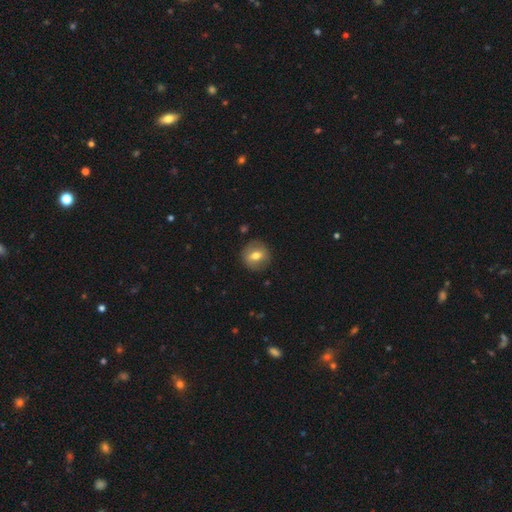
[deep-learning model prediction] Smooth or featured?
  - smooth: 59% *
  - featured or disk: 33%
  - star or artifact: 8%
How rounded?
  - round: 85% *
  - in between: 14%
  - cigar-shaped: 1%
Merging?
  - none: 87% *
  - minor disturbance: 9%
  - major disturbance: 3%
  - merger: 1%